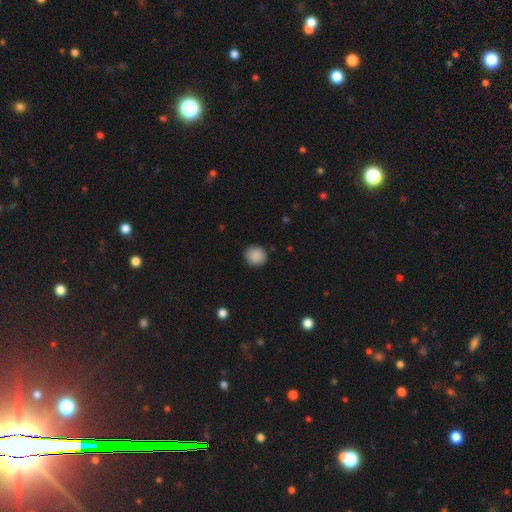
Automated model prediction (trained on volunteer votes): Q: Smooth or featured?
A: smooth (89%); runner-up: star or artifact (9%)
Q: How rounded?
A: round (91%); runner-up: in between (8%)
Q: Merging?
A: none (89%); runner-up: minor disturbance (8%)